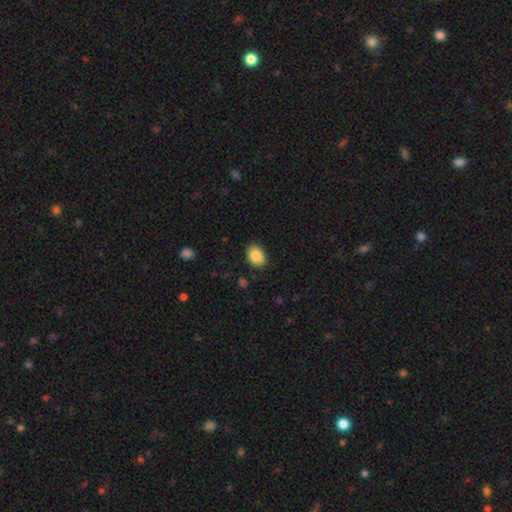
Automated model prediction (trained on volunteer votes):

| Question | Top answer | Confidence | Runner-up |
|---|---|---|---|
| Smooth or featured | smooth | 87% | star or artifact (8%) |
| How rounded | in between | 68% | round (31%) |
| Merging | none | 85% | minor disturbance (11%) |